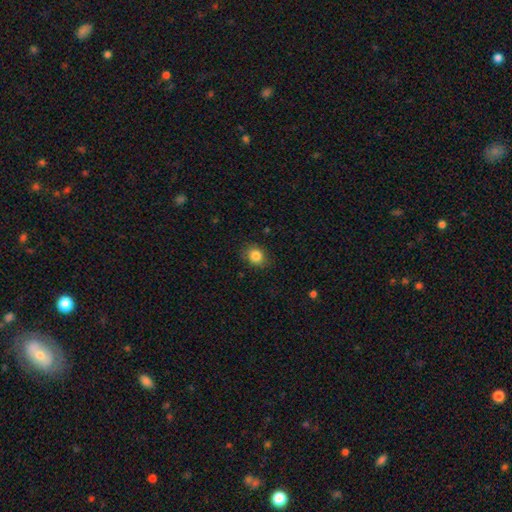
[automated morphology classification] smooth 84%, star or artifact 10%, featured or disk 6%. Down the decision tree: how rounded — round (61%); merging — none (81%).